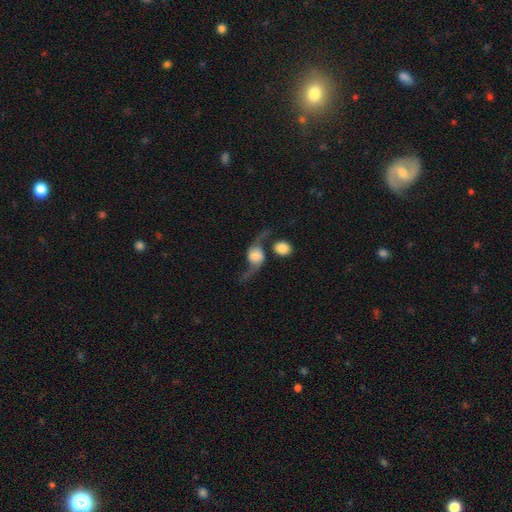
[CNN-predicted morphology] This is likely a featured or disk galaxy (80%). It is clearly not viewed edge-on (91%). Bar: likely no (68%). Spiral arm pattern: clearly yes (94%). Spiral arm count: clearly 2 (93%). Spiral winding: clearly loose (91%). Central bulge: marginally large (30%). Merging: possibly none (49%).